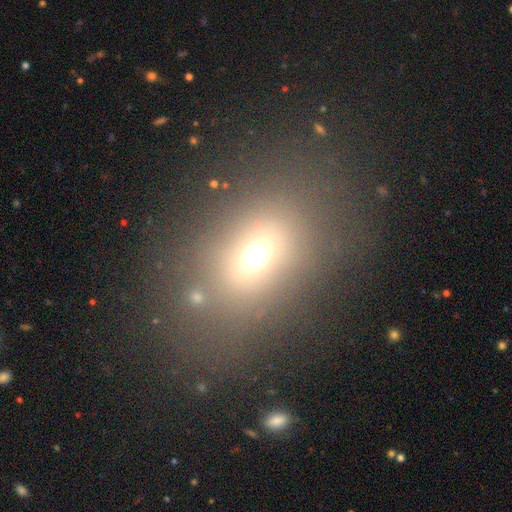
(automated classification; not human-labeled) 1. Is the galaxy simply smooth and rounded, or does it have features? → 63% smooth, 21% star or artifact, 15% featured or disk.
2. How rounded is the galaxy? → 70% in between, 27% round, 2% cigar-shaped.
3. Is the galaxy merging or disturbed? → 73% none, 12% minor disturbance, 9% major disturbance, 5% merger.